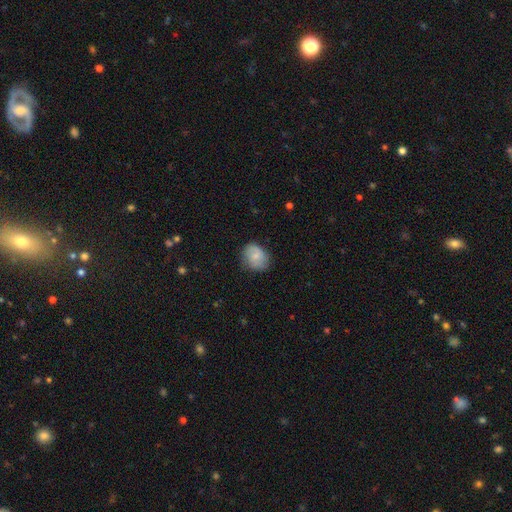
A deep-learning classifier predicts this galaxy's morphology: Q: Smooth or featured?
A: smooth (73%); runner-up: featured or disk (20%)
Q: How rounded?
A: round (54%); runner-up: in between (45%)
Q: Merging?
A: none (72%); runner-up: minor disturbance (21%)